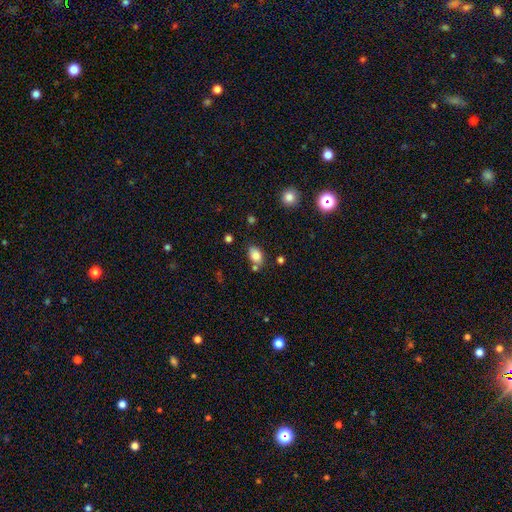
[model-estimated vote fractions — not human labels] smooth 84%, star or artifact 10%, featured or disk 7%. Down the decision tree: how rounded — in between (82%); merging — none (68%).